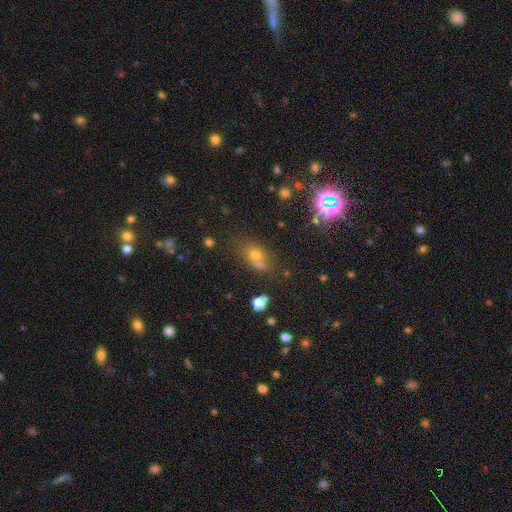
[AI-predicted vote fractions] A smooth galaxy with no disk features (54%) that is in between round and cigar-shaped (50%). Merging: none (48%).